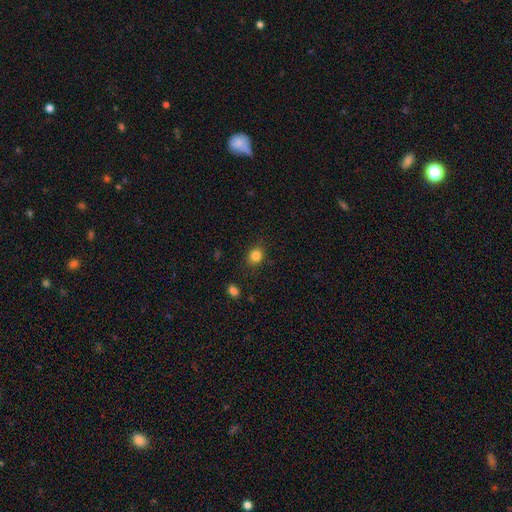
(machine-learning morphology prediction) Overall: smooth (84%). How rounded: round (69%; in between 30%). Merging: none (85%).